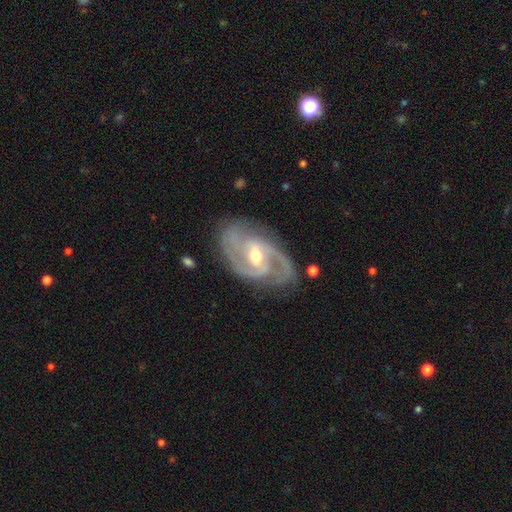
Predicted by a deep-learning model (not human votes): Overall: featured or disk (92%). Edge-on disk: no (97%). Bar: weak (50%; strong 25%). Spiral arms: yes (98%). Spiral arm count: 2 (64%). Spiral winding: medium (54%; tight 33%). Bulge size: moderate (66%; small 29%). Merging: none (75%).